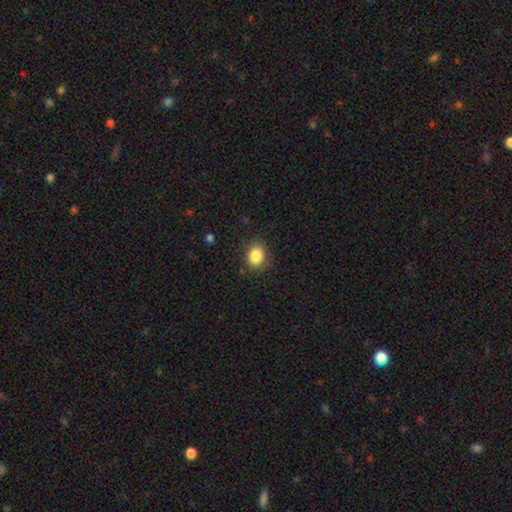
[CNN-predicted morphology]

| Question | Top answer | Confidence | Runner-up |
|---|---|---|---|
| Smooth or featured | smooth | 85% | star or artifact (10%) |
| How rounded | in between | 51% | round (48%) |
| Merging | none | 81% | minor disturbance (14%) |